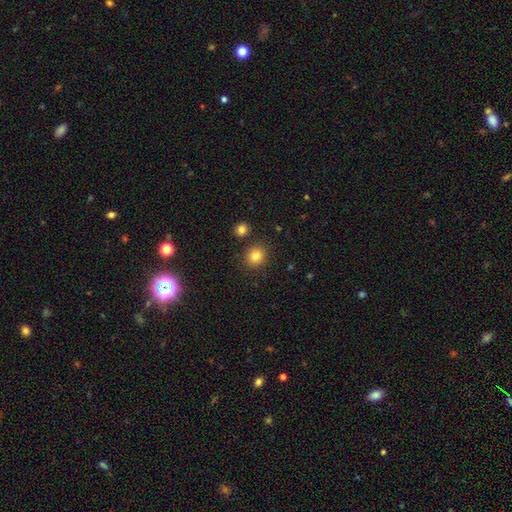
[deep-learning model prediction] A smooth galaxy with no disk features (83%) that is round (80%).

Vote fractions:
- Smooth or featured? smooth: 83% / star or artifact: 11% / featured or disk: 6%
- How rounded? round: 80% / in between: 20% / cigar-shaped: 1%
- Merging? none: 85% / minor disturbance: 8% / merger: 5% / major disturbance: 2%